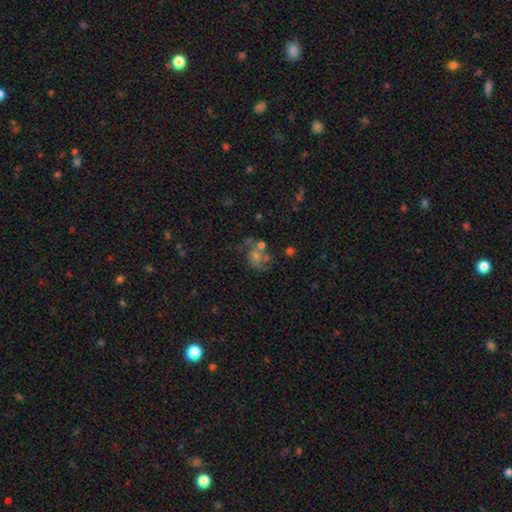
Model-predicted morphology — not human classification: Smooth or featured?
  - featured or disk: 40% *
  - smooth: 35%
  - star or artifact: 25%
Merging?
  - none: 38% *
  - merger: 25%
  - major disturbance: 20%
  - minor disturbance: 17%